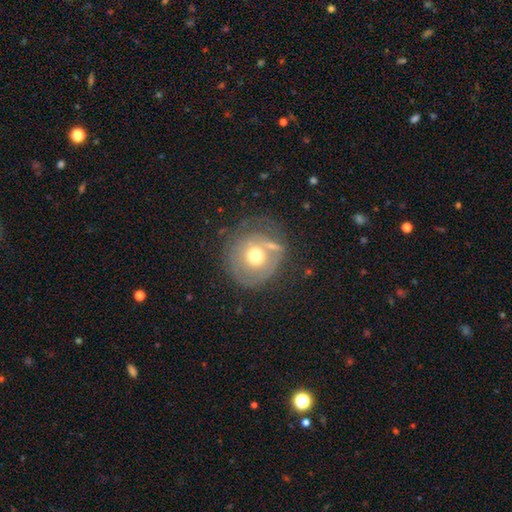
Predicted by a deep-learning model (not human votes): This is possibly a featured or disk galaxy (46%). Merging: possibly none (51%).